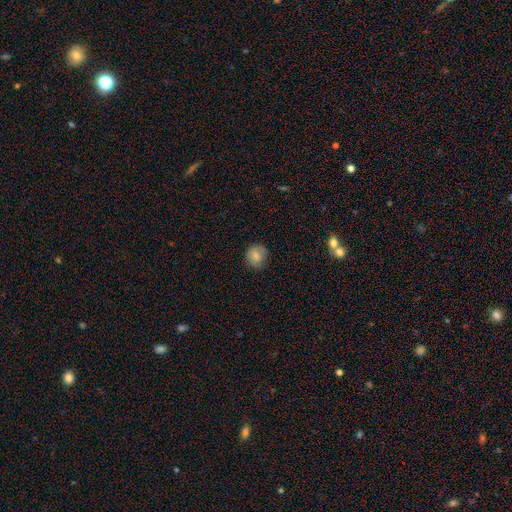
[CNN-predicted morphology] Smooth or featured?
  - smooth: 81% *
  - star or artifact: 10%
  - featured or disk: 10%
How rounded?
  - round: 84% *
  - in between: 15%
  - cigar-shaped: 1%
Merging?
  - none: 82% *
  - minor disturbance: 14%
  - major disturbance: 3%
  - merger: 1%